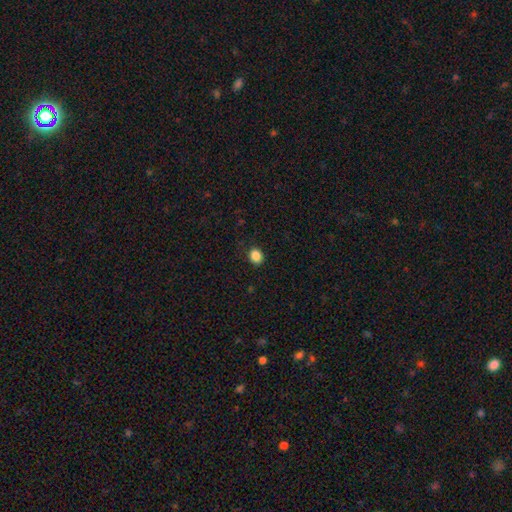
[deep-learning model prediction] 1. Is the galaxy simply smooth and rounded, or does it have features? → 87% smooth, 10% star or artifact, 3% featured or disk.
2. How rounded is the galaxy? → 68% round, 31% in between, 1% cigar-shaped.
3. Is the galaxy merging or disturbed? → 89% none, 8% minor disturbance, 2% major disturbance, 1% merger.